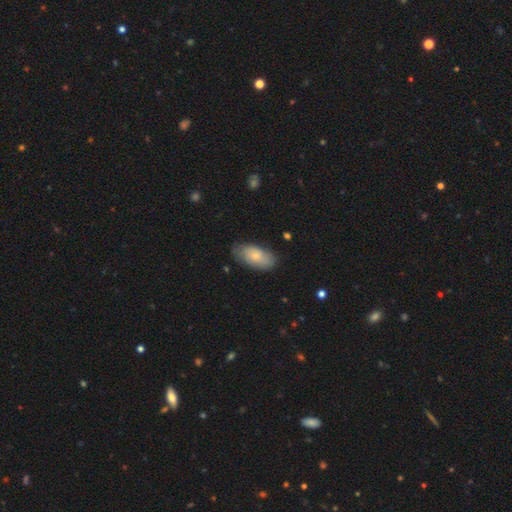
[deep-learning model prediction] This appears to be a smooth galaxy with no disk features (70%) that is in between round and cigar-shaped (93%). Merging: none (75%).